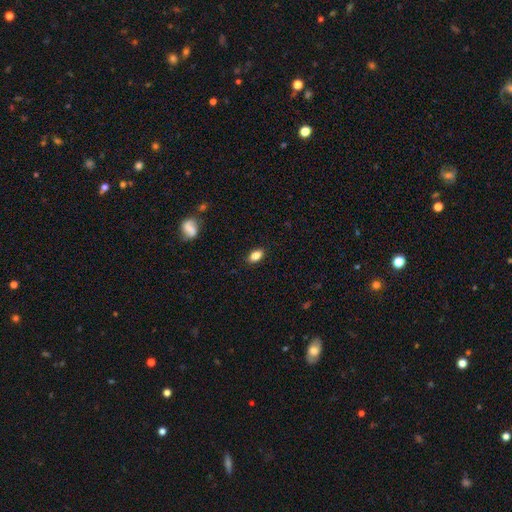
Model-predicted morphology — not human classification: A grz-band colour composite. It shows a smooth galaxy with no disk features (83%) that is in between round and cigar-shaped (87%). Merging: none (87%).